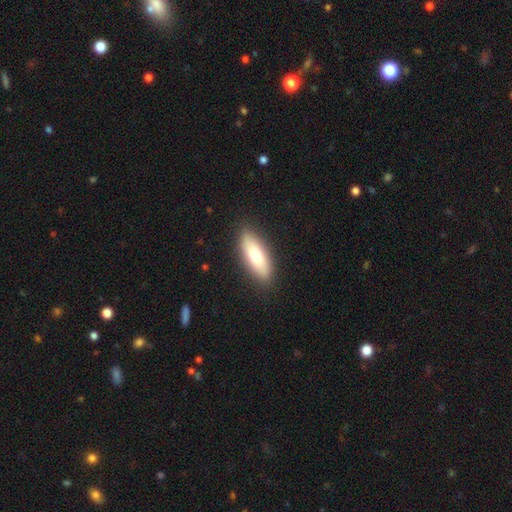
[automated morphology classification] smooth_or_featured: smooth (p=0.77) [alt: featured or disk p=0.18]
how_rounded: in between (p=0.61) [alt: cigar-shaped p=0.37]
merging: none (p=0.87) [alt: minor disturbance p=0.10]